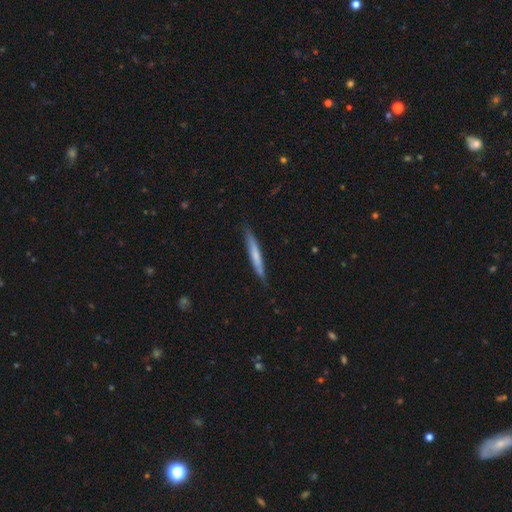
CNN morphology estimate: Overall: smooth (61%; featured or disk 34%). How rounded: cigar-shaped (96%). Merging: none (85%).